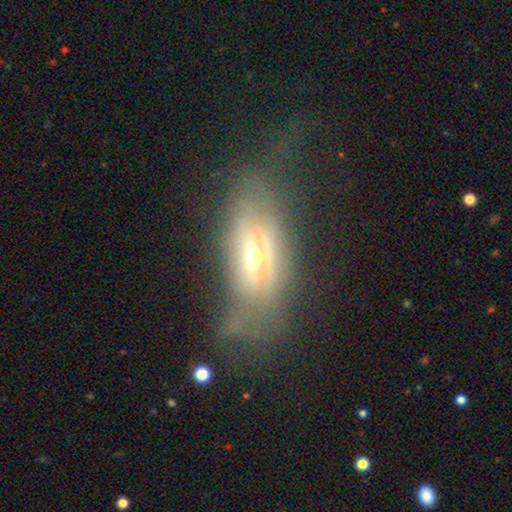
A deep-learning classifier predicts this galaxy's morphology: smooth_or_featured: featured or disk (p=0.62) [alt: smooth p=0.28]
disk_edge_on: no (p=0.54) [alt: yes p=0.46]
merging: none (p=0.41) [alt: major disturbance p=0.32]